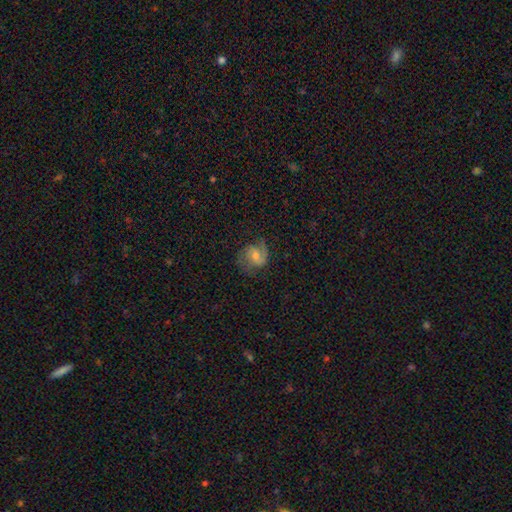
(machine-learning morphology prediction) smooth_or_featured: featured or disk (p=0.67) [alt: smooth p=0.25]
disk_edge_on: no (p=0.97) [alt: yes p=0.03]
bar: no (p=0.47) [alt: weak p=0.42]
has_spiral_arms: yes (p=0.92) [alt: no p=0.08]
spiral_winding: medium (p=0.47) [alt: loose p=0.28]
spiral_arm_count: 2 (p=0.71) [alt: 1 p=0.15]
bulge_size: moderate (p=0.55) [alt: small p=0.36]
merging: none (p=0.65) [alt: minor disturbance p=0.21]